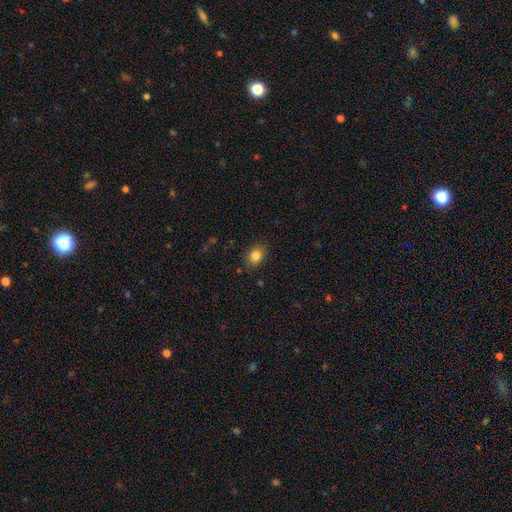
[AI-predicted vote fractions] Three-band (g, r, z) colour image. It shows a smooth galaxy with no disk features (83%) that is in between round and cigar-shaped (55%). Merging: none (85%).